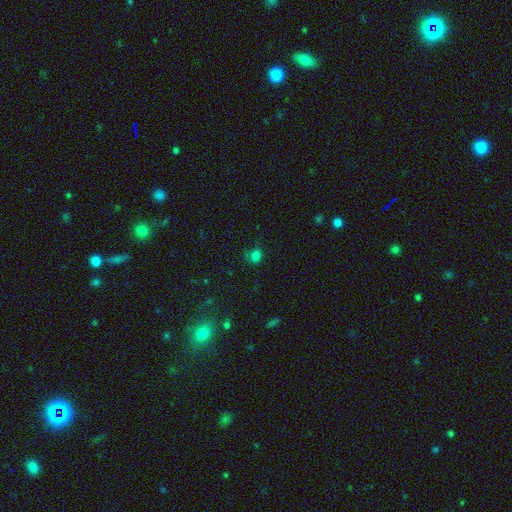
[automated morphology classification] Smooth or featured? smooth (77%)
How rounded? round (69%)
Merging? none (60%)